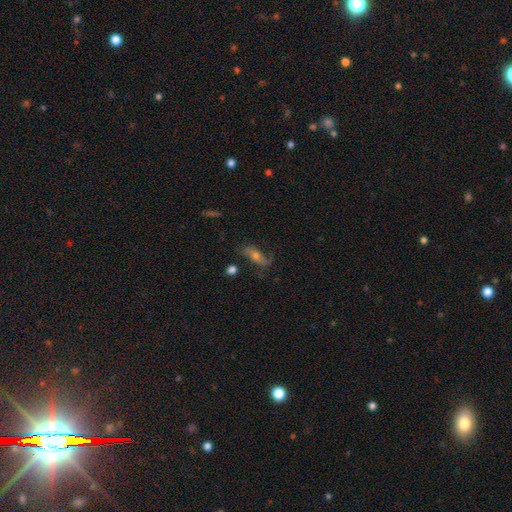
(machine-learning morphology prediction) Overall: featured or disk (64%; smooth 25%). Edge-on disk: no (83%). Bar: no (62%; weak 25%). Spiral arms: yes (86%). Bulge size: moderate (56%; small 36%). Merging: none (64%).